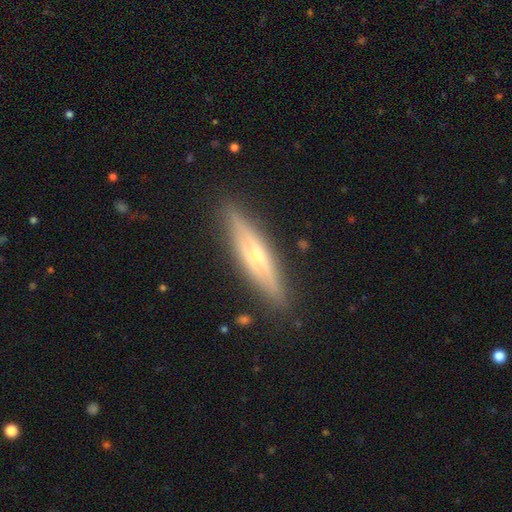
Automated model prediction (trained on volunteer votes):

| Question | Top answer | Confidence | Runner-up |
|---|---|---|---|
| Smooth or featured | featured or disk | 73% | smooth (21%) |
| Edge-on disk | yes | 94% | no (6%) |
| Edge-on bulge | rounded | 77% | none (15%) |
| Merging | none | 88% | minor disturbance (9%) |